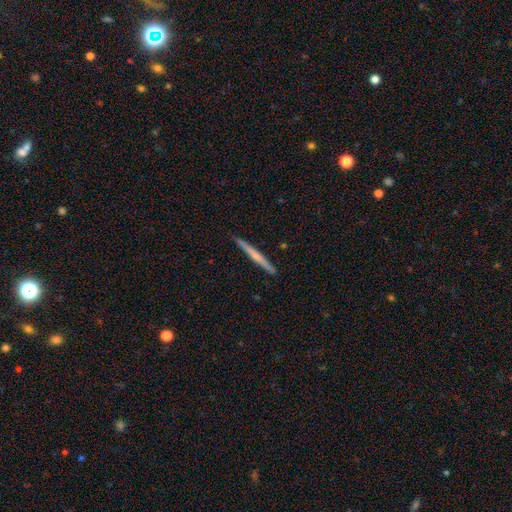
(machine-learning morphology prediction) Smooth or featured: featured or disk — 48% (smooth — 47%)
Merging: none — 91% (minor disturbance — 7%)